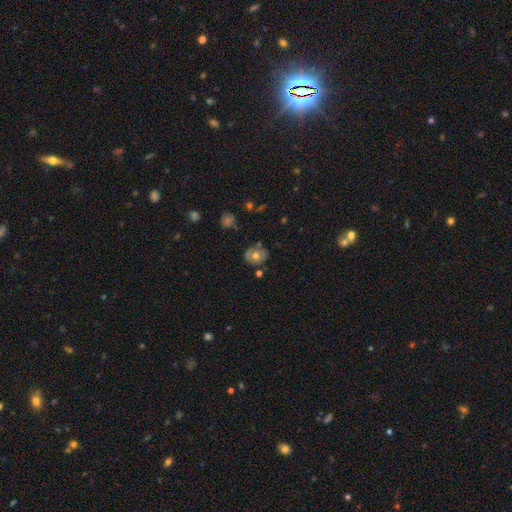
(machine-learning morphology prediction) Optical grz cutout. It shows a smooth galaxy with no disk features (56%) that is round (74%). Merging: none (77%).